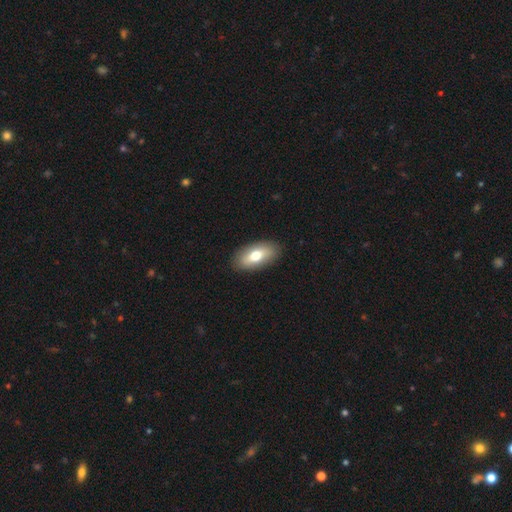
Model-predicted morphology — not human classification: A smooth galaxy with no disk features (70%) that is in between round and cigar-shaped (90%).

Vote fractions:
- Smooth or featured? smooth: 70% / featured or disk: 24% / star or artifact: 6%
- How rounded? in between: 90% / cigar-shaped: 7% / round: 4%
- Merging? none: 89% / minor disturbance: 8% / major disturbance: 2% / merger: 1%